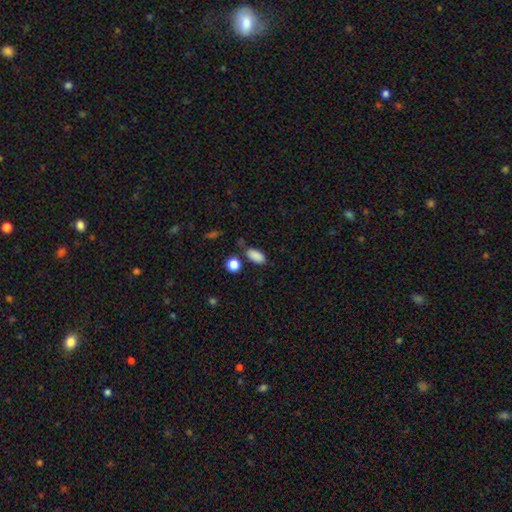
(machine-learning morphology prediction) This is clearly a smooth galaxy (87%). How rounded: clearly in between (90%). Merging: likely none (74%).